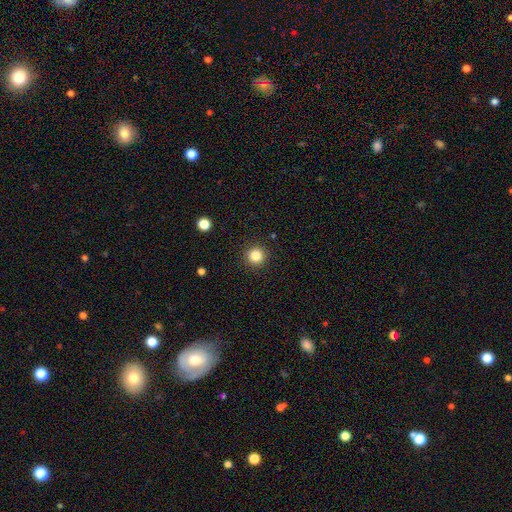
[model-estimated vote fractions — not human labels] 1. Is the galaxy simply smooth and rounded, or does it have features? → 84% smooth, 12% star or artifact, 5% featured or disk.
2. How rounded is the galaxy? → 95% round, 4% in between, 1% cigar-shaped.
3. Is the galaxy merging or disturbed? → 92% none, 5% minor disturbance, 2% major disturbance, 1% merger.